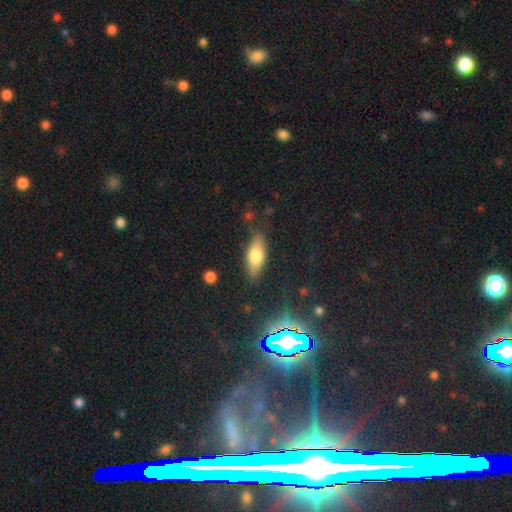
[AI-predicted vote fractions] smooth_or_featured: smooth (p=0.69) [alt: featured or disk p=0.23]
how_rounded: in between (p=0.72) [alt: cigar-shaped p=0.25]
merging: none (p=0.82) [alt: minor disturbance p=0.13]